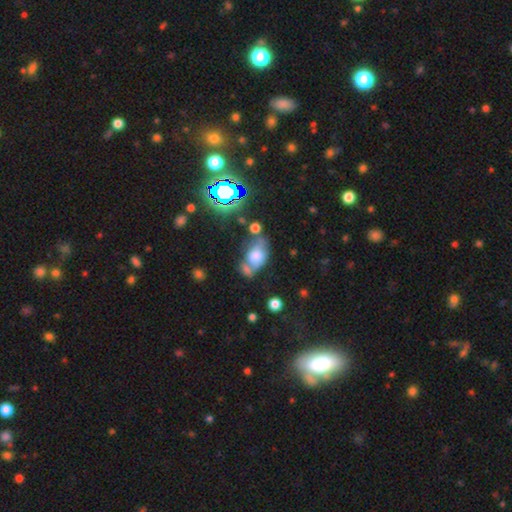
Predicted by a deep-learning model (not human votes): smooth_or_featured: smooth (p=0.56) [alt: featured or disk p=0.27]
how_rounded: in between (p=0.85) [alt: round p=0.12]
merging: none (p=0.34) [alt: merger p=0.31]